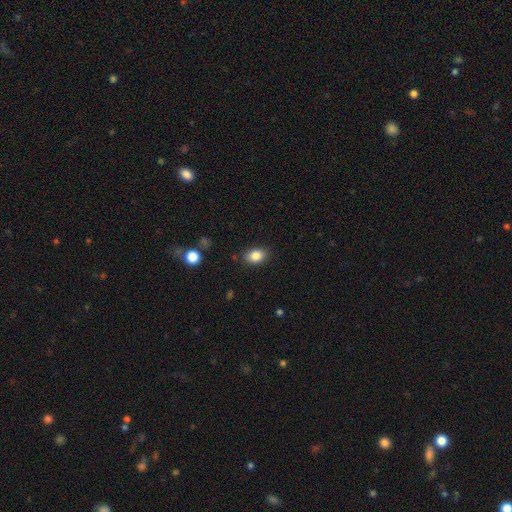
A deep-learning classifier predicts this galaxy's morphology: Smooth or featured?
  - smooth: 85% *
  - star or artifact: 9%
  - featured or disk: 6%
How rounded?
  - in between: 80% *
  - round: 19%
  - cigar-shaped: 1%
Merging?
  - none: 86% *
  - minor disturbance: 10%
  - major disturbance: 3%
  - merger: 1%